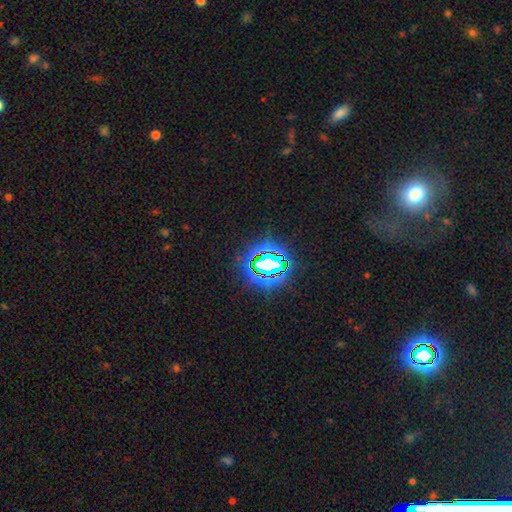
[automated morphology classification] Q: Smooth or featured?
A: star or artifact (78%); runner-up: smooth (14%)